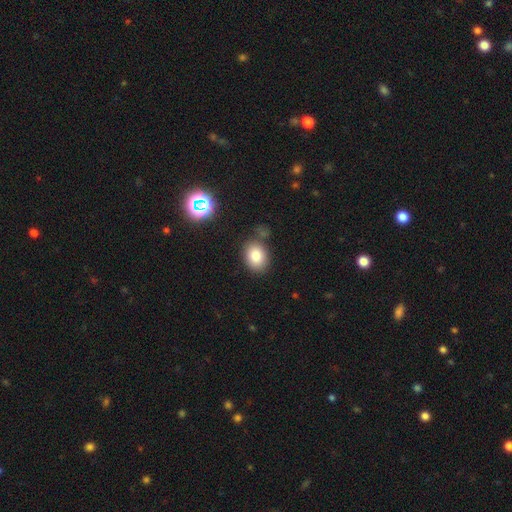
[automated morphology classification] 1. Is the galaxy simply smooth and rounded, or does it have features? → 81% smooth, 11% star or artifact, 8% featured or disk.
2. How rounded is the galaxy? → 62% in between, 37% round, 1% cigar-shaped.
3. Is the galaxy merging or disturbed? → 75% none, 14% minor disturbance, 7% merger, 4% major disturbance.